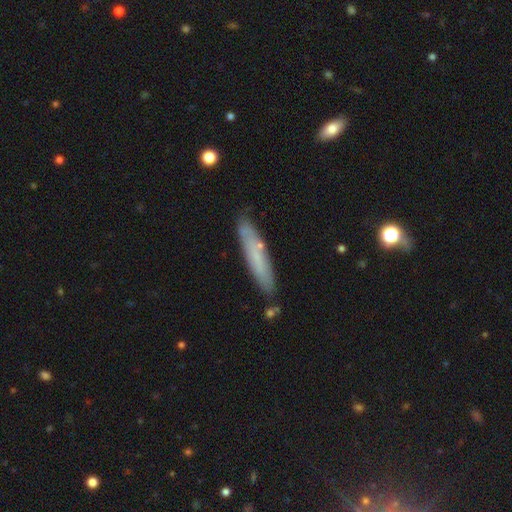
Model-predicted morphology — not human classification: Smooth or featured?
  - smooth: 59% *
  - featured or disk: 33%
  - star or artifact: 7%
How rounded?
  - cigar-shaped: 90% *
  - in between: 9%
  - round: 1%
Merging?
  - none: 82% *
  - minor disturbance: 12%
  - merger: 3%
  - major disturbance: 2%